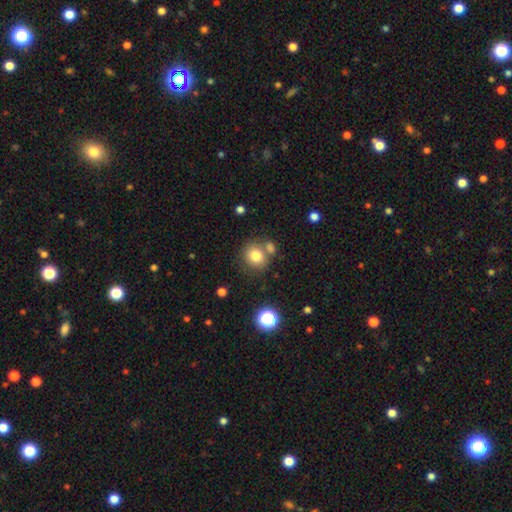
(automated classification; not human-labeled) Q: Smooth or featured?
A: smooth (79%); runner-up: star or artifact (12%)
Q: How rounded?
A: round (81%); runner-up: in between (18%)
Q: Merging?
A: none (66%); runner-up: merger (20%)